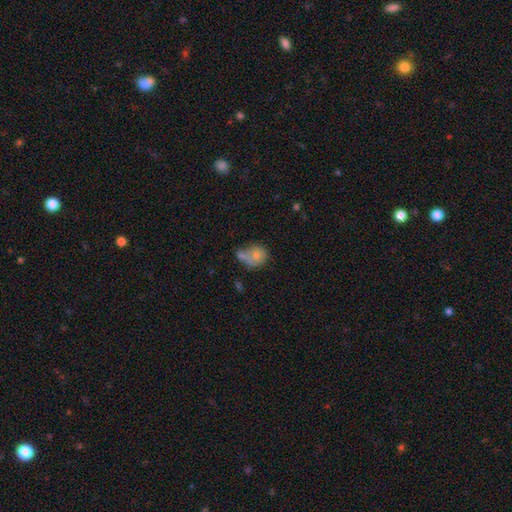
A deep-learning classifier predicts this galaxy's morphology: A smooth galaxy with no disk features (72%) that is round (67%).

Vote fractions:
- Smooth or featured? smooth: 72% / featured or disk: 19% / star or artifact: 9%
- How rounded? round: 67% / in between: 32% / cigar-shaped: 1%
- Merging? merger: 41% / none: 32% / minor disturbance: 18% / major disturbance: 9%